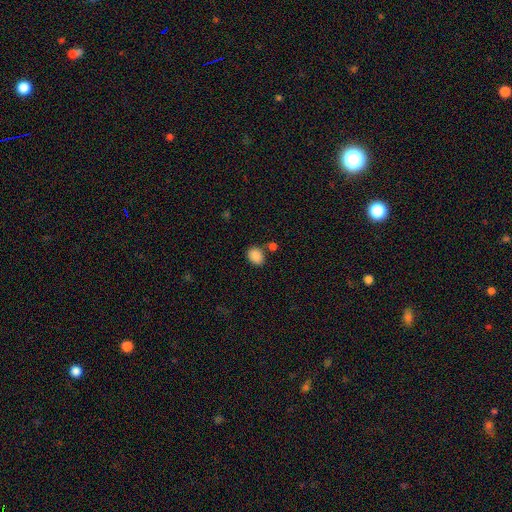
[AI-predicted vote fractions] Overall: smooth (87%). How rounded: in between (60%; round 39%). Merging: none (73%).